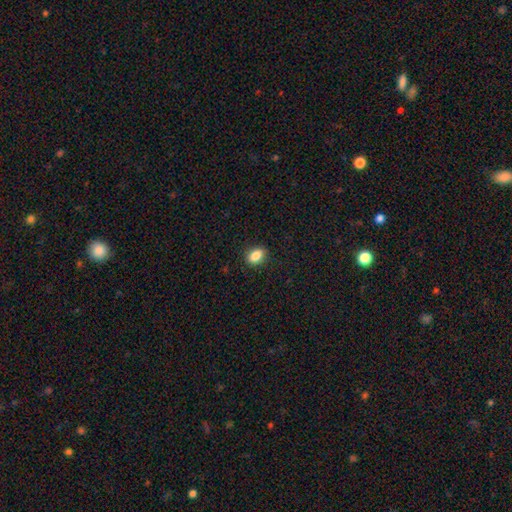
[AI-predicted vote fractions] smooth 86%, star or artifact 9%, featured or disk 5%. Down the decision tree: how rounded — in between (77%); merging — none (88%).